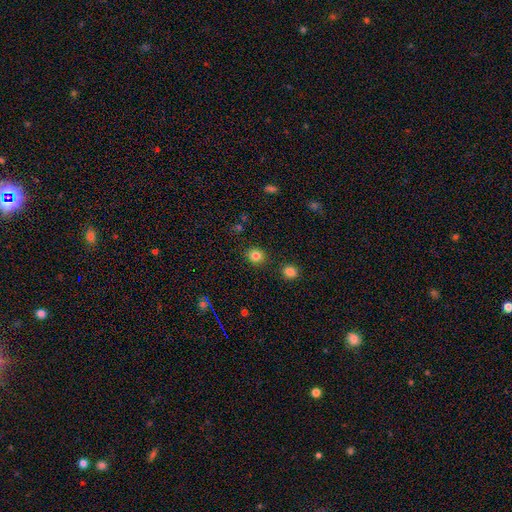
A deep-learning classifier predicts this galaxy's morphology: Smooth or featured: smooth — 83% (star or artifact — 12%)
How rounded: round — 83% (in between — 16%)
Merging: none — 88% (minor disturbance — 7%)